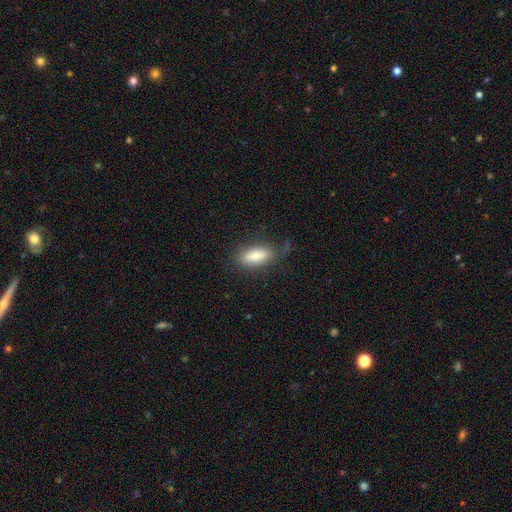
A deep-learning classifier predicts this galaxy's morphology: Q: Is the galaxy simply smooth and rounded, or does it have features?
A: smooth — 82%.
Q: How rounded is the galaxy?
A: in between — 82%.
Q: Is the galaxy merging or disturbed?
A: none — 66%.